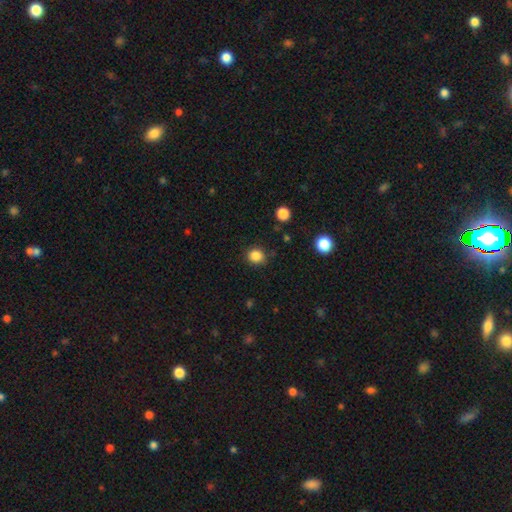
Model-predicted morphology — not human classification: Smooth or featured? Predicted: smooth (p=0.85). How rounded? Predicted: round (p=0.80). Merging? Predicted: none (p=0.86).